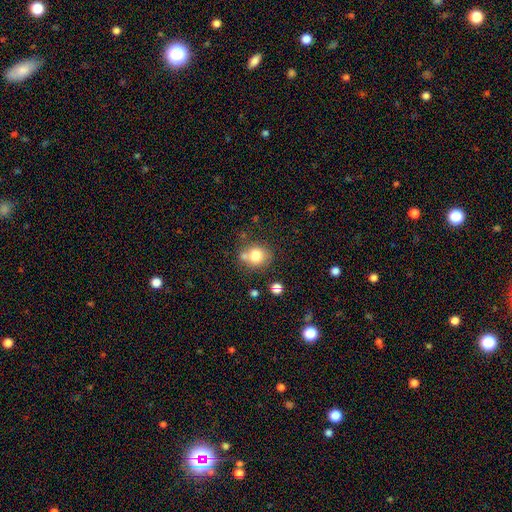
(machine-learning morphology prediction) Overall: smooth (77%). How rounded: round (82%). Merging: none (62%).